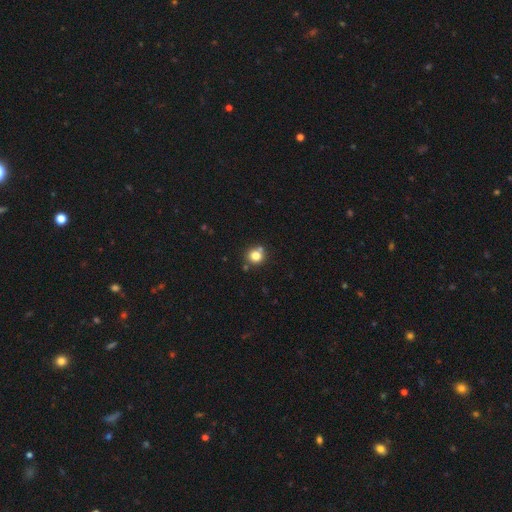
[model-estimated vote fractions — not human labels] Q: Smooth or featured?
A: smooth (80%); runner-up: star or artifact (13%)
Q: How rounded?
A: round (90%); runner-up: in between (9%)
Q: Merging?
A: none (75%); runner-up: merger (12%)